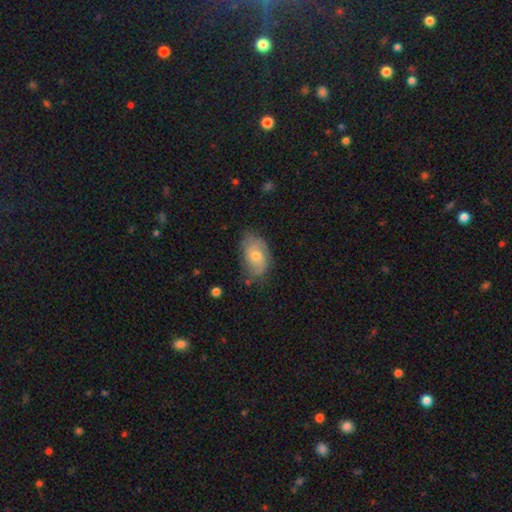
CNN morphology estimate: type=smooth (57%); roundness=in between (90%); merging=none (62%).